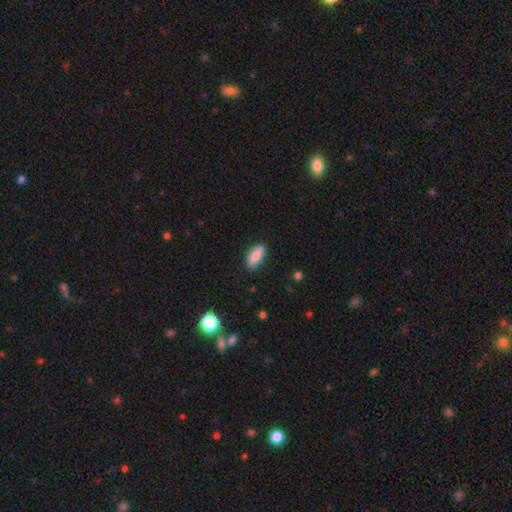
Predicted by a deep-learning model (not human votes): The model was most divided on "how rounded": in between: 81%, cigar-shaped: 17%, round: 2%. More confident: smooth or featured — smooth (86%); merging — none (82%).